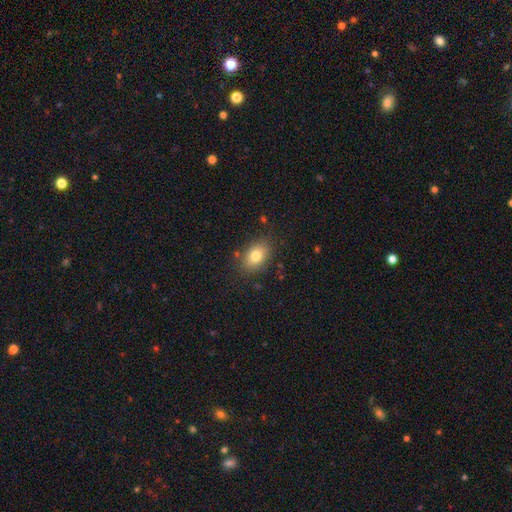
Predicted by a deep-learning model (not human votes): Q: Smooth or featured?
A: smooth (79%); runner-up: featured or disk (12%)
Q: How rounded?
A: in between (82%); runner-up: round (17%)
Q: Merging?
A: none (82%); runner-up: minor disturbance (12%)